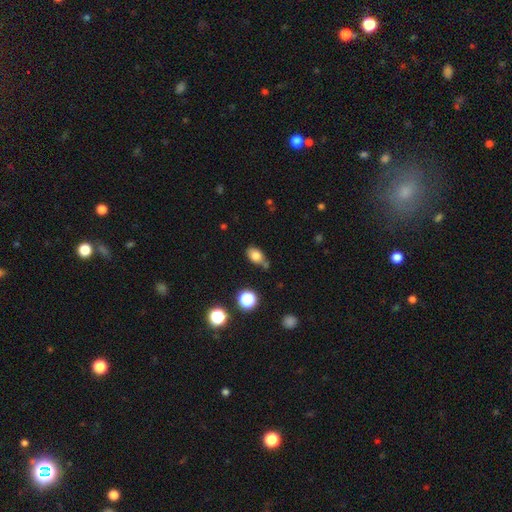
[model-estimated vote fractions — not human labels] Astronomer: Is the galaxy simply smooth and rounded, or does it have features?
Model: smooth — 79%.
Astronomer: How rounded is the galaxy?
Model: in between — 82%.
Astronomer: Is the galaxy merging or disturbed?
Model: none — 64%.